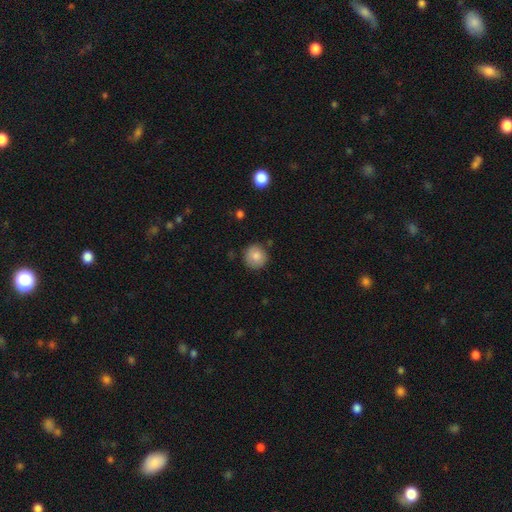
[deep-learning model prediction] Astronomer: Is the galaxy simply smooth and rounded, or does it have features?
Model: smooth — 83%.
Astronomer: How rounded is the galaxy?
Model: round — 93%.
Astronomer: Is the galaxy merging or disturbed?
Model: none — 85%.